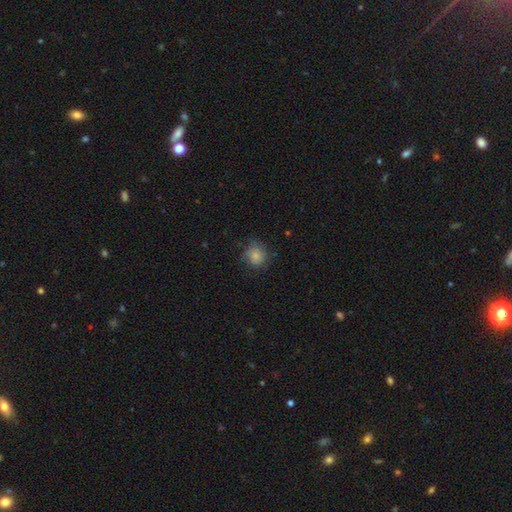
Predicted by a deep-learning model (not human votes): Smooth or featured? smooth (82%)
How rounded? round (78%)
Merging? none (67%)